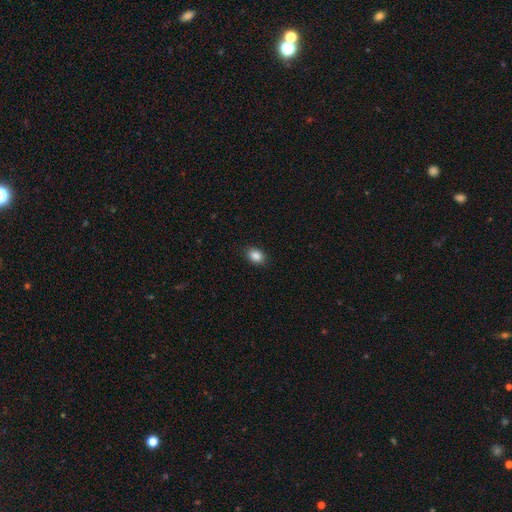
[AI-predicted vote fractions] Overall: smooth (88%). How rounded: in between (75%). Merging: none (89%).